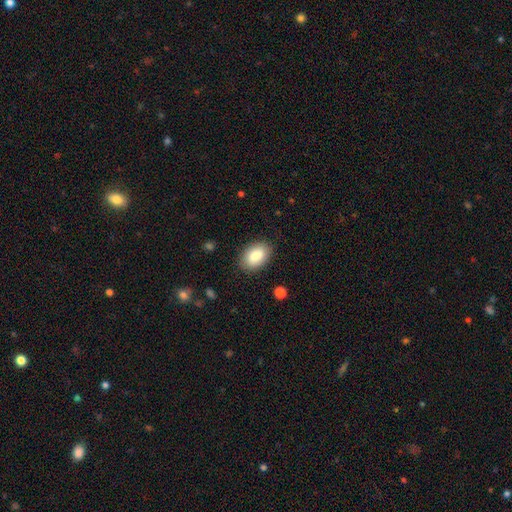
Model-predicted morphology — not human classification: A smooth galaxy with no disk features (85%) that is in between round and cigar-shaped (90%).

Vote fractions:
- Smooth or featured? smooth: 85% / featured or disk: 8% / star or artifact: 7%
- How rounded? in between: 90% / round: 9% / cigar-shaped: 1%
- Merging? none: 86% / minor disturbance: 10% / major disturbance: 3% / merger: 1%